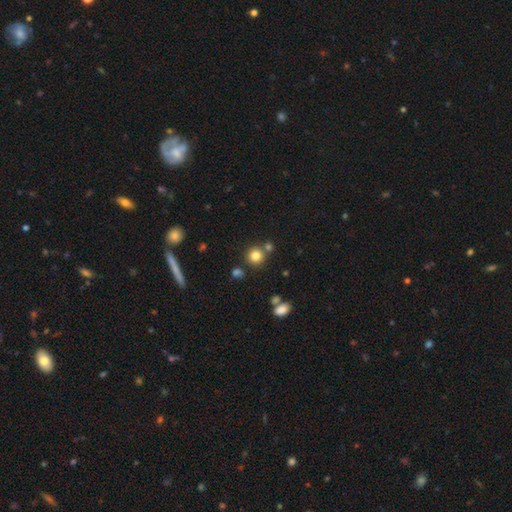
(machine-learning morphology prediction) Q: Smooth or featured?
A: smooth (80%); runner-up: star or artifact (13%)
Q: How rounded?
A: round (91%); runner-up: in between (8%)
Q: Merging?
A: none (75%); runner-up: merger (13%)